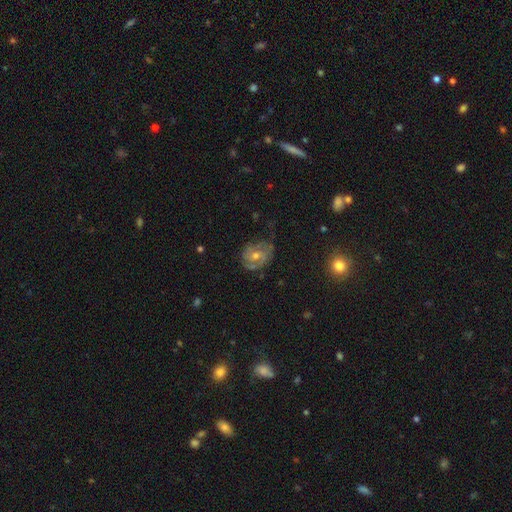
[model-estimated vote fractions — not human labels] smooth_or_featured: featured or disk (p=0.71) [alt: smooth p=0.18]
disk_edge_on: no (p=0.97) [alt: yes p=0.03]
bar: no (p=0.62) [alt: weak p=0.31]
has_spiral_arms: yes (p=0.86) [alt: no p=0.14]
spiral_winding: tight (p=0.52) [alt: medium p=0.36]
spiral_arm_count: 2 (p=0.45) [alt: can't tell p=0.29]
bulge_size: moderate (p=0.57) [alt: small p=0.38]
merging: none (p=0.68) [alt: minor disturbance p=0.21]